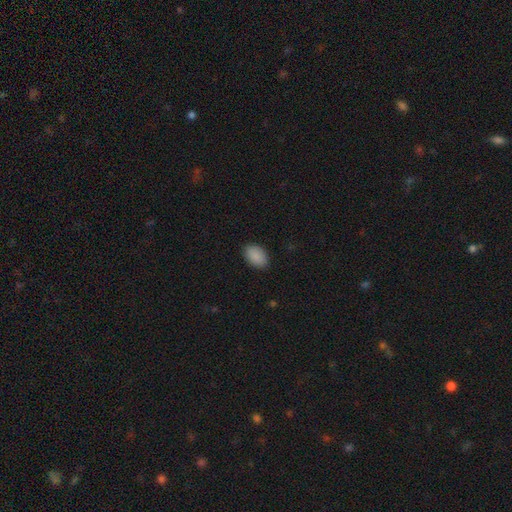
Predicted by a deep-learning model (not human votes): A smooth galaxy with no disk features (90%) that is in between round and cigar-shaped (90%). Merging: none (88%).